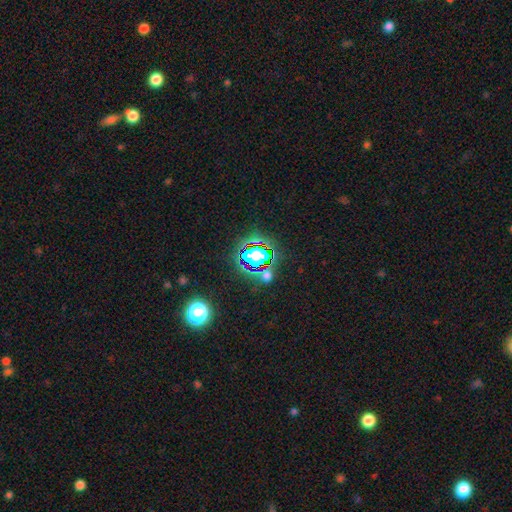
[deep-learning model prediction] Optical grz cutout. It shows a star or artifact, not a galaxy (77%).